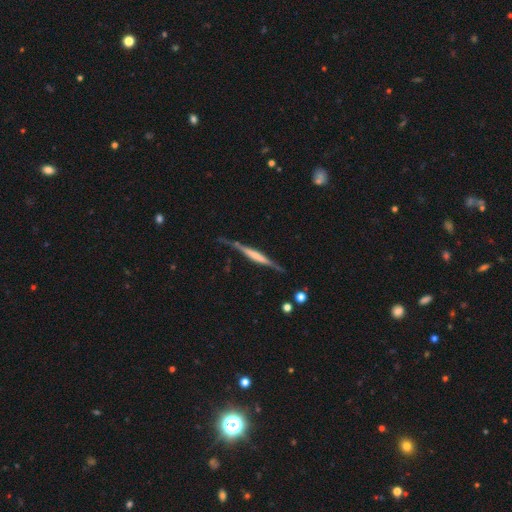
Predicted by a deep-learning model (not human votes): This is likely a featured or disk galaxy (70%). It is clearly viewed edge-on (97%). Edge-on bulge: marginally boxy (39%). Merging: likely none (75%).